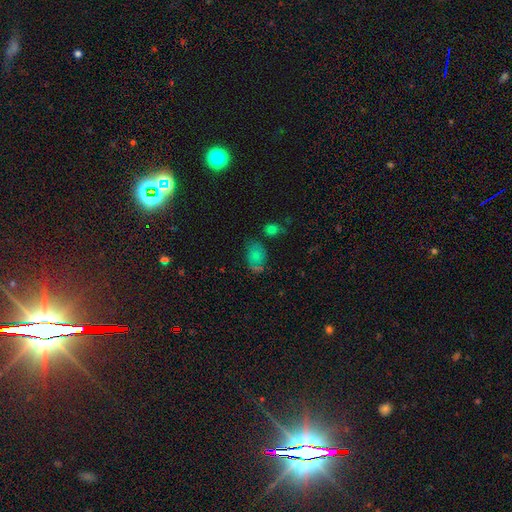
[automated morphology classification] Smooth or featured: smooth — 55% (star or artifact — 32%)
How rounded: in between — 70% (round — 27%)
Merging: none — 57% (minor disturbance — 20%)